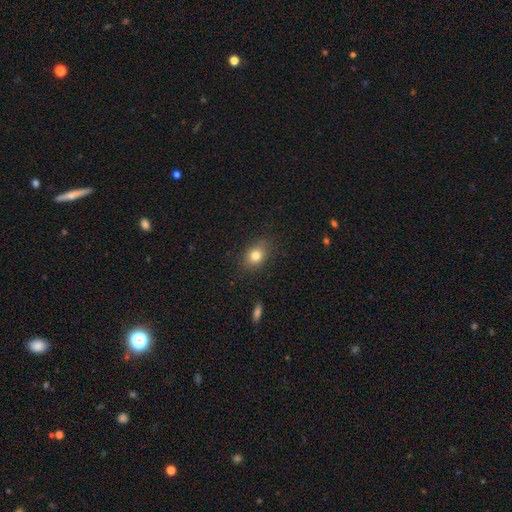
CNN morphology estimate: Smooth or featured?
  - smooth: 81% *
  - star or artifact: 11%
  - featured or disk: 9%
How rounded?
  - in between: 55% *
  - round: 44%
  - cigar-shaped: 1%
Merging?
  - none: 82% *
  - minor disturbance: 13%
  - major disturbance: 3%
  - merger: 1%